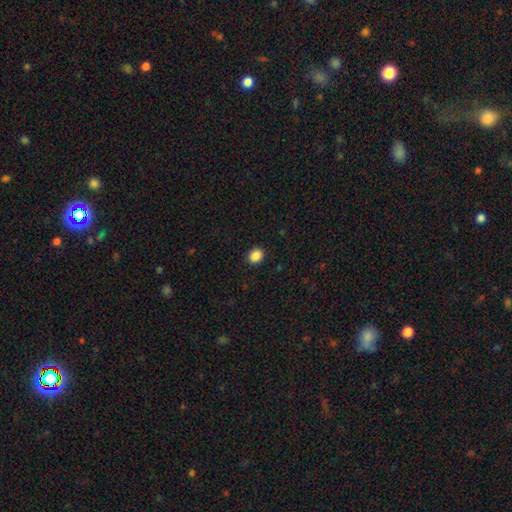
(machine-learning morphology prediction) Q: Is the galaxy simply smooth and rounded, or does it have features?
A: smooth — 88%.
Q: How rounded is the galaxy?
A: round — 67%.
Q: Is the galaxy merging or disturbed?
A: none — 92%.